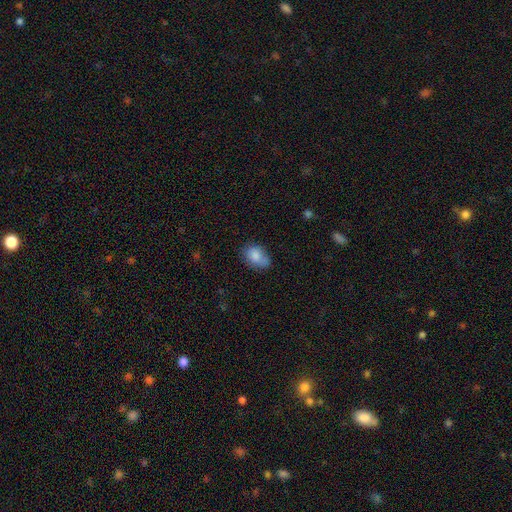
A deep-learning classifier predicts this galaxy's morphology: smooth-or-featured: smooth: 81% | featured or disk: 10% | star or artifact: 8%
  how-rounded: in between: 77% | round: 21% | cigar-shaped: 1%
  merging: none: 53% | minor disturbance: 29% | merger: 9% | major disturbance: 9%